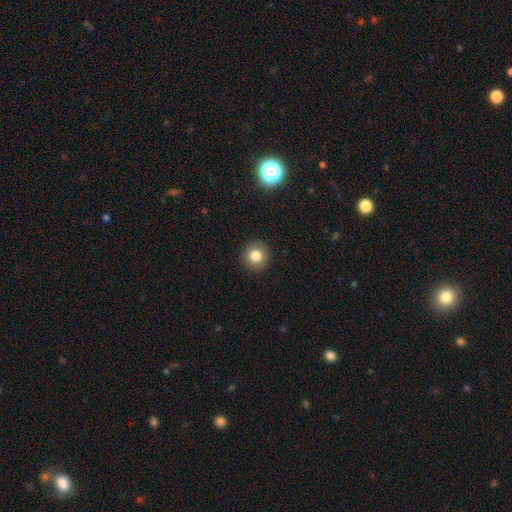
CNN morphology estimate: smooth 82%, star or artifact 11%, featured or disk 8%. Down the decision tree: how rounded — round (93%); merging — none (91%).